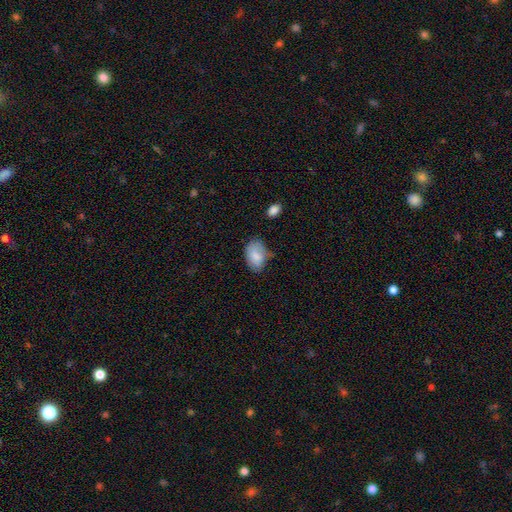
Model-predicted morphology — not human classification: A smooth galaxy with no disk features (82%) that is in between round and cigar-shaped (88%). Merging: none (53%).